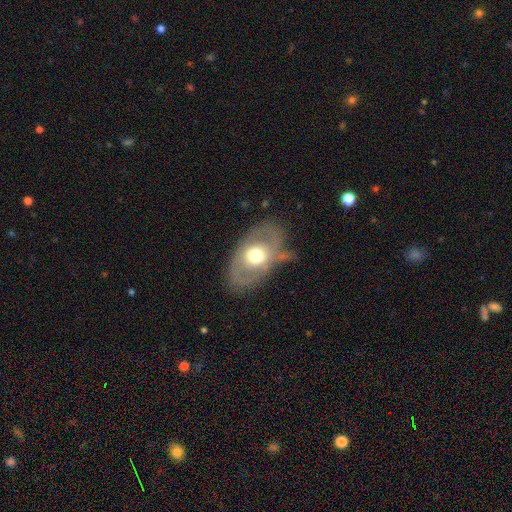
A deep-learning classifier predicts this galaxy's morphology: type=featured or disk (53%); edge-on=no (89%); merging=none (60%).